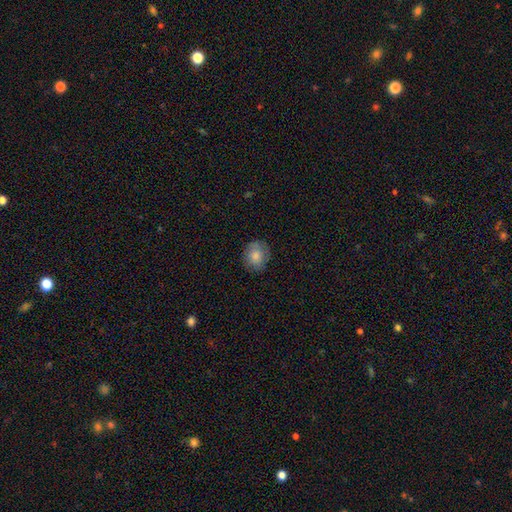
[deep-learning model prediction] This is clearly a smooth galaxy (82%). How rounded: likely round (72%). Merging: clearly none (83%).